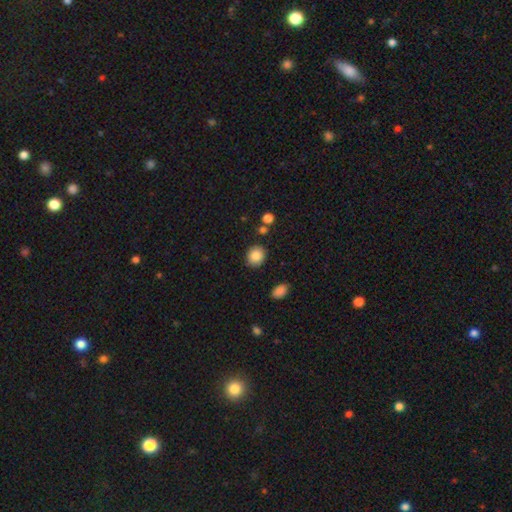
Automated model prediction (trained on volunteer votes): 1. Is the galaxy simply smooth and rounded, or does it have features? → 86% smooth, 9% star or artifact, 5% featured or disk.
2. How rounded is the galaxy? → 73% round, 26% in between, 1% cigar-shaped.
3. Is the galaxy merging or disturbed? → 85% none, 9% minor disturbance, 3% merger, 3% major disturbance.